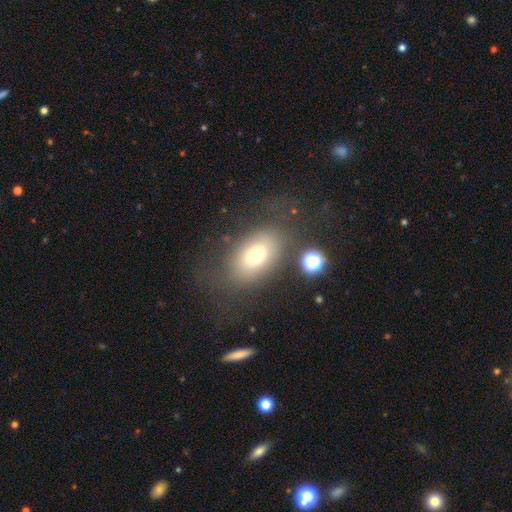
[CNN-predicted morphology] smooth 69%, featured or disk 18%, star or artifact 13%. Down the decision tree: how rounded — in between (81%); merging — none (68%).